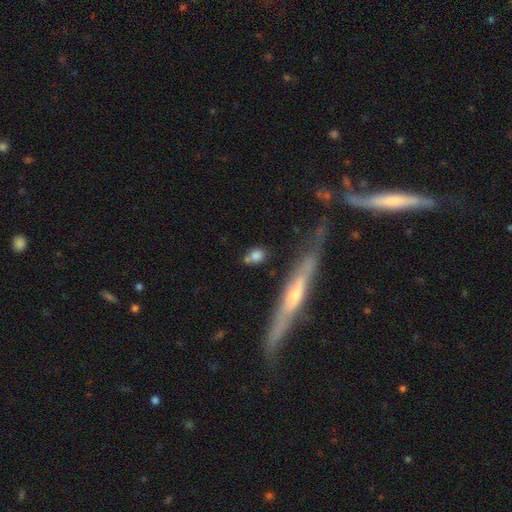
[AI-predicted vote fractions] A smooth galaxy with no disk features (76%) that is round (54%). Merging: none (64%).